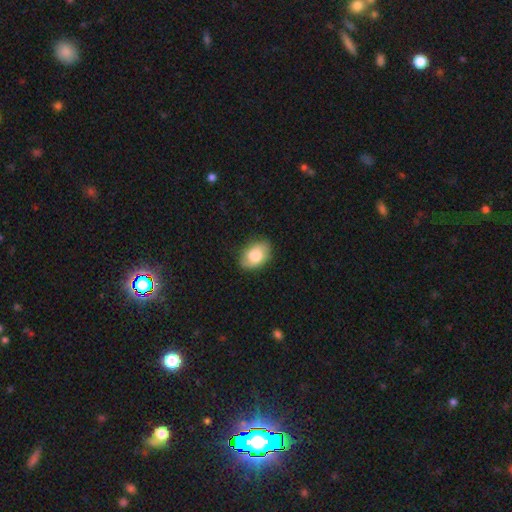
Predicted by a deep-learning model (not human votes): Smooth or featured?
  - smooth: 77% *
  - featured or disk: 16%
  - star or artifact: 7%
How rounded?
  - in between: 86% *
  - round: 13%
  - cigar-shaped: 1%
Merging?
  - none: 81% *
  - minor disturbance: 15%
  - major disturbance: 3%
  - merger: 1%